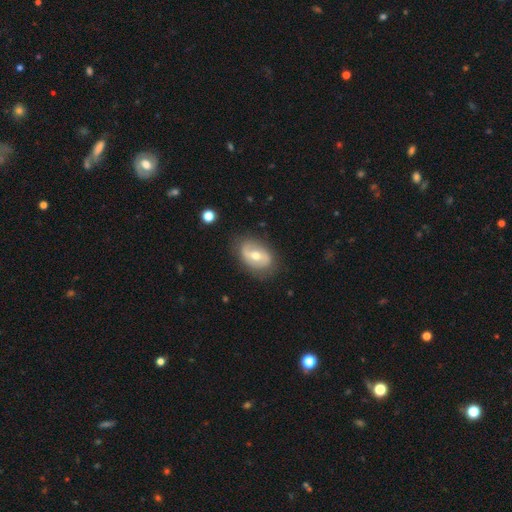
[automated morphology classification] The model was most divided on "bar": weak: 42%, no: 30%, strong: 28%. More confident: edge-on disk — no (94%); merging — none (76%); bulge size — moderate (71%); spiral arms — yes (68%); smooth or featured — featured or disk (64%).